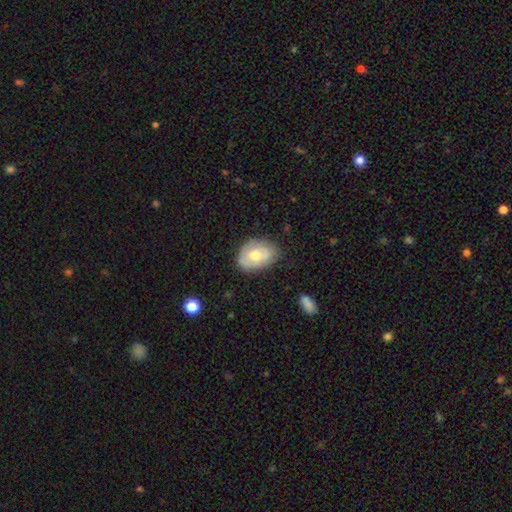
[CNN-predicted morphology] smooth-or-featured: smooth: 60% | featured or disk: 33% | star or artifact: 7%
  how-rounded: in between: 79% | round: 20% | cigar-shaped: 1%
  merging: none: 70% | minor disturbance: 24% | major disturbance: 5% | merger: 2%